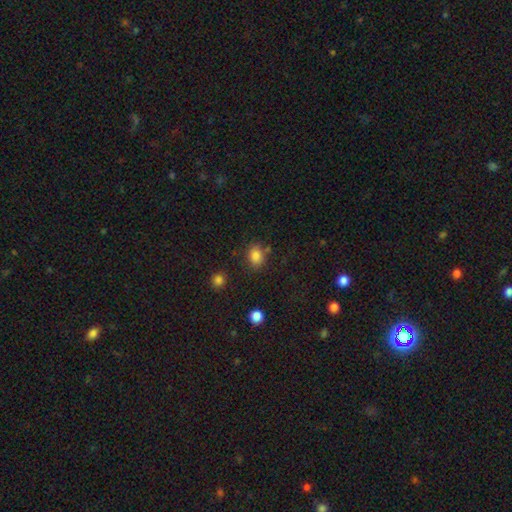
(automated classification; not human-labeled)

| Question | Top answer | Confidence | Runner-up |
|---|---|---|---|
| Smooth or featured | smooth | 83% | star or artifact (11%) |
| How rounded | in between | 56% | round (43%) |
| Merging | none | 76% | minor disturbance (14%) |